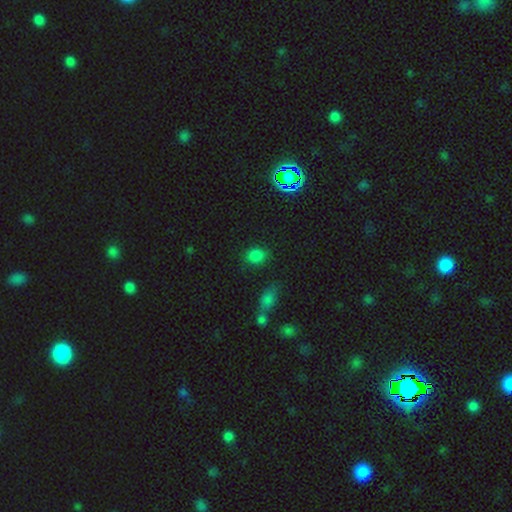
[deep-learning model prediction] Smooth or featured?
  - smooth: 81% *
  - star or artifact: 15%
  - featured or disk: 4%
How rounded?
  - round: 54% *
  - in between: 44%
  - cigar-shaped: 2%
Merging?
  - none: 81% *
  - minor disturbance: 12%
  - merger: 4%
  - major disturbance: 4%